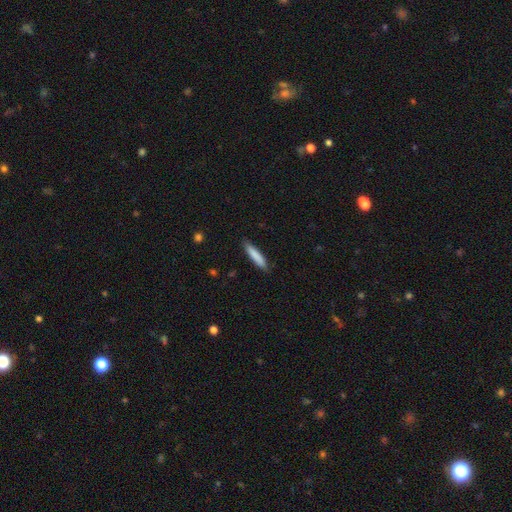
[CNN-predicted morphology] Smooth or featured?
  - smooth: 83% *
  - featured or disk: 11%
  - star or artifact: 5%
How rounded?
  - cigar-shaped: 88% *
  - in between: 11%
  - round: 1%
Merging?
  - none: 87% *
  - minor disturbance: 10%
  - major disturbance: 2%
  - merger: 1%